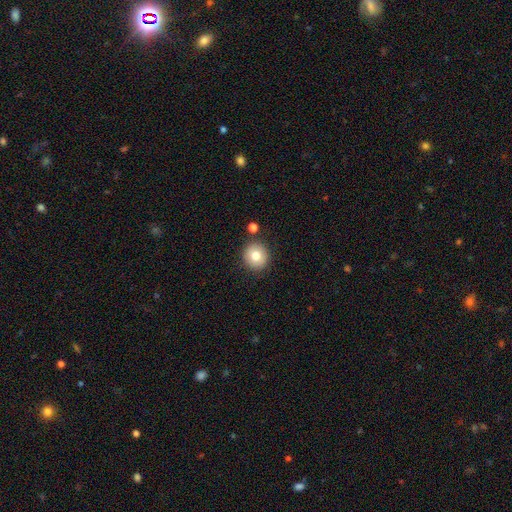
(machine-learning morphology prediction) Smooth or featured?
  - smooth: 79% *
  - featured or disk: 12%
  - star or artifact: 10%
How rounded?
  - round: 90% *
  - in between: 9%
  - cigar-shaped: 1%
Merging?
  - none: 85% *
  - minor disturbance: 8%
  - merger: 5%
  - major disturbance: 2%